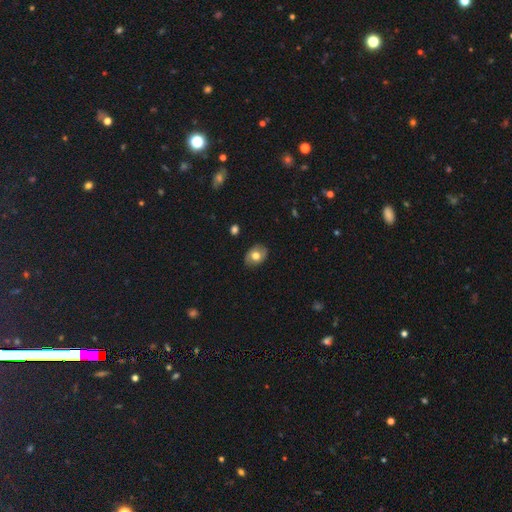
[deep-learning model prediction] This appears to be a smooth galaxy with no disk features (70%) that is in between round and cigar-shaped (69%). Merging: none (82%).